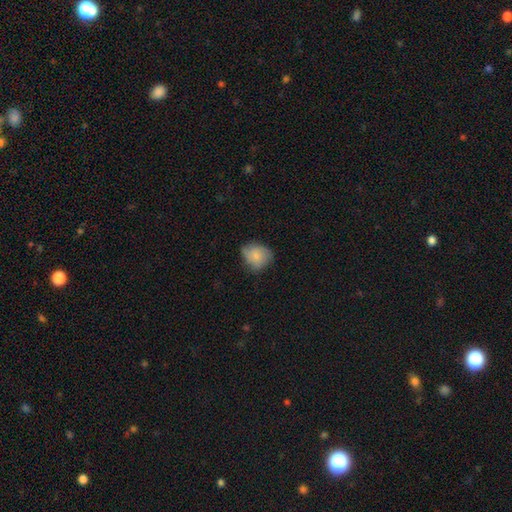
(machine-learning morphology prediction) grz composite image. It shows a smooth galaxy with no disk features (76%) that is round (67%). Merging: none (61%).